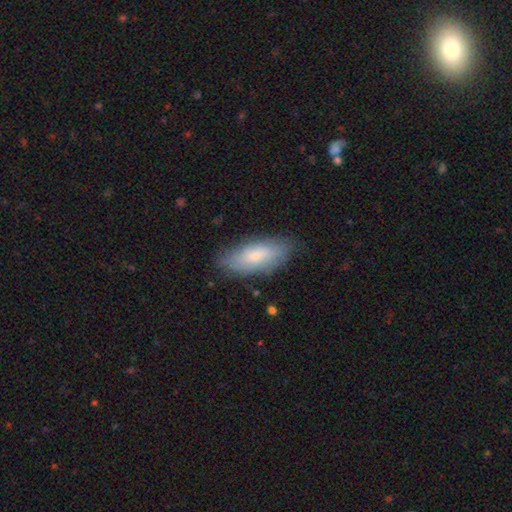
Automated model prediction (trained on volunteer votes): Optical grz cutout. It shows a smooth galaxy with no disk features (68%) that is in between round and cigar-shaped (79%). Merging: none (78%).